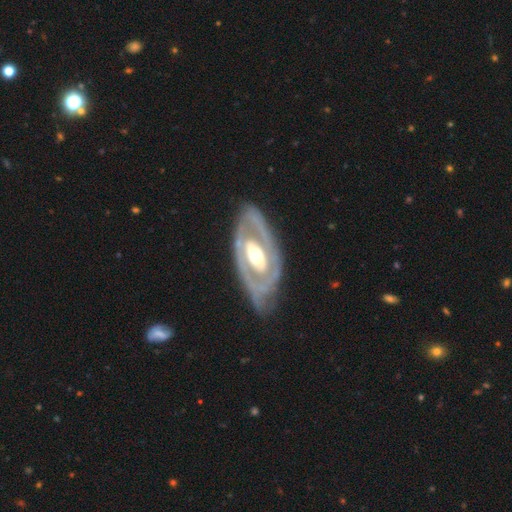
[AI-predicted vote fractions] smooth-or-featured: featured or disk: 77% | smooth: 19% | star or artifact: 4%
  disk-edge-on: no: 91% | yes: 9%
    bar: no: 61% | weak: 23% | strong: 16%
    has-spiral-arms: no: 56% | yes: 44%
    bulge-size: moderate: 65% | large: 25% | small: 7% | dominant: 2% | none: 1%
  merging: none: 68% | minor disturbance: 20% | major disturbance: 9% | merger: 2%